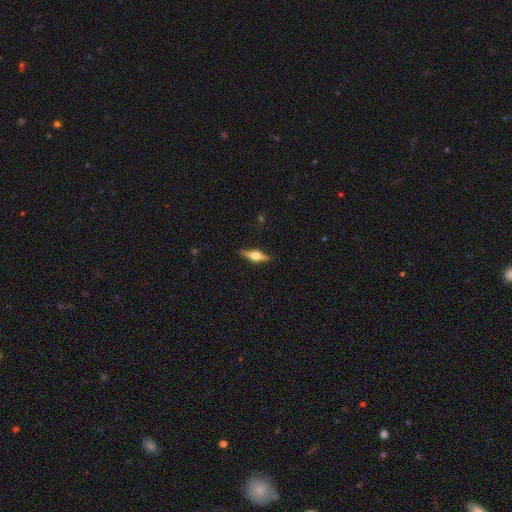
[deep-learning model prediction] Morphology: type=featured or disk (68%); edge-on=yes (96%); edge-on bulge=rounded (95%); merging=none (88%).